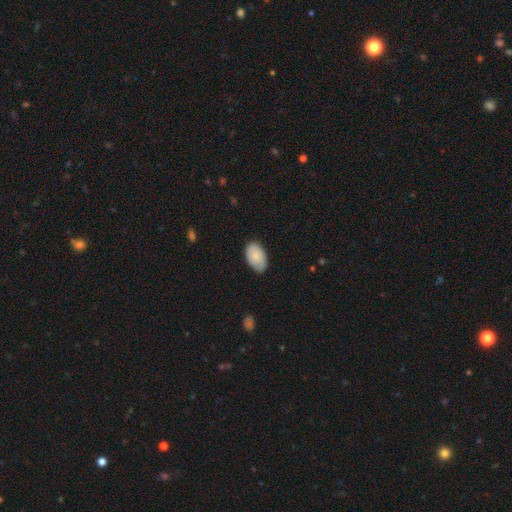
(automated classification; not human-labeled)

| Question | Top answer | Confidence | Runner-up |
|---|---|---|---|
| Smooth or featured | smooth | 85% | featured or disk (9%) |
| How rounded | in between | 93% | round (5%) |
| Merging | none | 80% | minor disturbance (16%) |